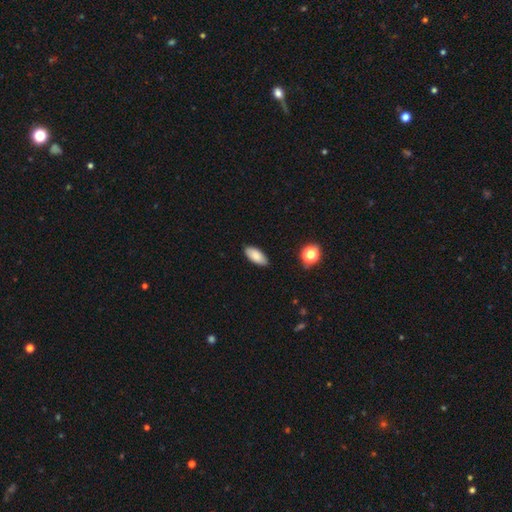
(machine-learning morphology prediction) type=smooth (85%); roundness=in between (90%); merging=none (87%).